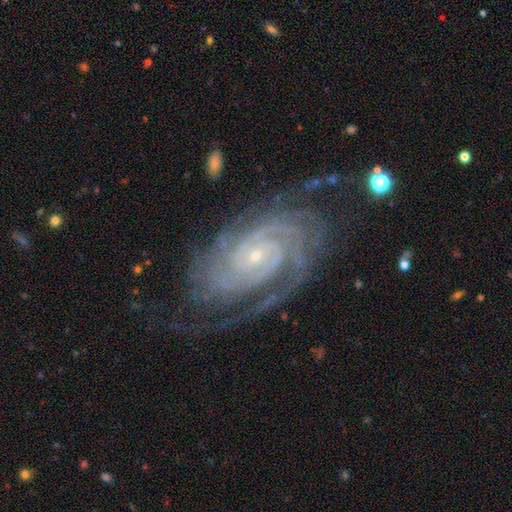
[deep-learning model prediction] Smooth or featured?
  - featured or disk: 92% *
  - star or artifact: 5%
  - smooth: 3%
Edge-on disk?
  - no: 97% *
  - yes: 3%
Bar?
  - no: 67% *
  - weak: 22%
  - strong: 11%
Spiral arms?
  - yes: 99% *
  - no: 1%
Spiral winding?
  - tight: 81% *
  - medium: 17%
  - loose: 2%
Spiral arm count?
  - 2: 32% *
  - 3: 21%
  - 4: 17%
  - can't tell: 14%
  - more than 4: 10%
  - 1: 7%
Bulge size?
  - small: 81% *
  - moderate: 15%
  - none: 2%
  - large: 1%
  - dominant: 1%
Merging?
  - none: 73% *
  - minor disturbance: 18%
  - major disturbance: 8%
  - merger: 2%